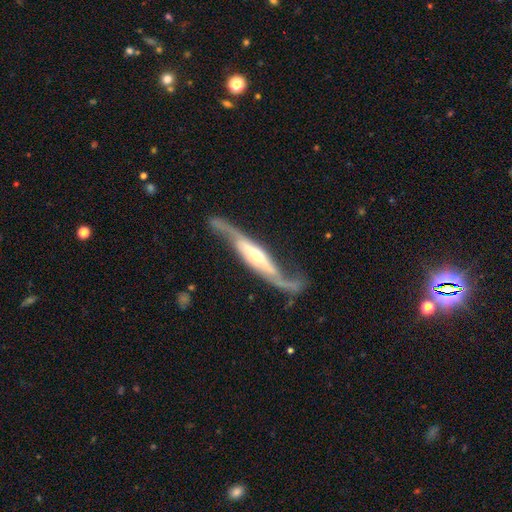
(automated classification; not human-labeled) Smooth or featured? featured or disk (82%)
Edge-on disk? no (50%, tied with yes)
Merging? none (55%)